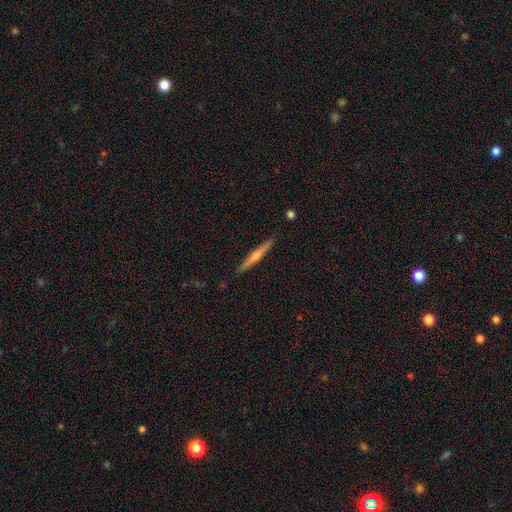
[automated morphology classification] Smooth or featured? Predicted: featured or disk (p=0.67). Edge-on disk? Predicted: yes (p=0.98). Edge-on bulge? Predicted: rounded (p=0.77). Merging? Predicted: none (p=0.91).